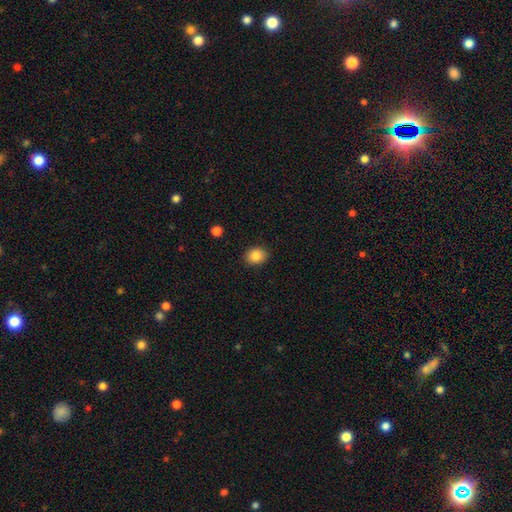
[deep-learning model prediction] smooth_or_featured: smooth (p=0.86) [alt: star or artifact p=0.09]
how_rounded: round (p=0.51) [alt: in between p=0.48]
merging: none (p=0.89) [alt: minor disturbance p=0.08]